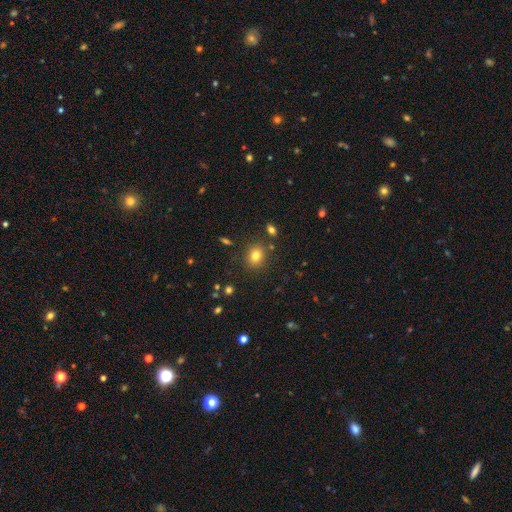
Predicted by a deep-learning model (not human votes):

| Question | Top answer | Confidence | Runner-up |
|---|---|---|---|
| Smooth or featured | smooth | 78% | star or artifact (13%) |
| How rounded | round | 64% | in between (35%) |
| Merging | none | 84% | minor disturbance (9%) |